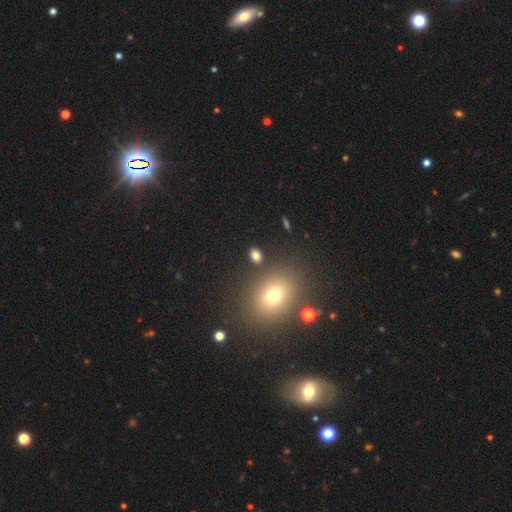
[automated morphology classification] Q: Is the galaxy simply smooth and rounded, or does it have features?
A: smooth — 78%.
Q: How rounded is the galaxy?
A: in between — 70%.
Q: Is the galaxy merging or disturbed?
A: none — 82%.